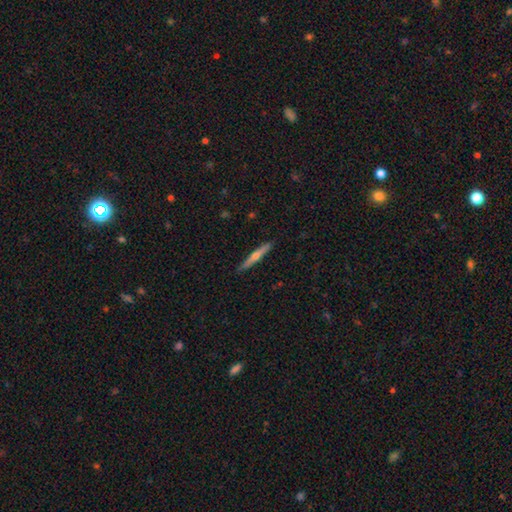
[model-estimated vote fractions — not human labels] Smooth or featured? featured or disk (64%)
Edge-on disk? yes (97%)
Edge-on bulge? rounded (85%)
Merging? none (90%)